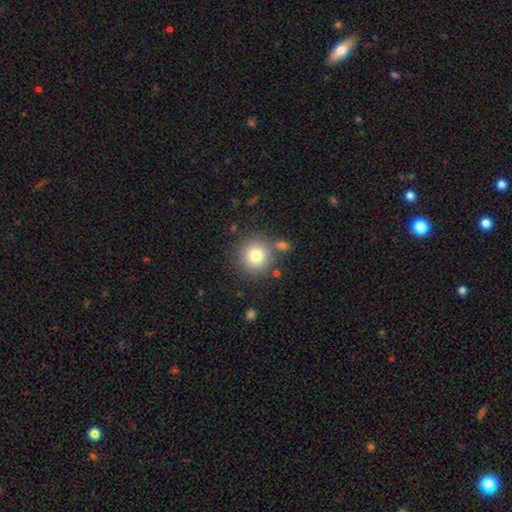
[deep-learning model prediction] This appears to be a smooth galaxy with no disk features (78%) that is round (94%). Merging: none (79%).